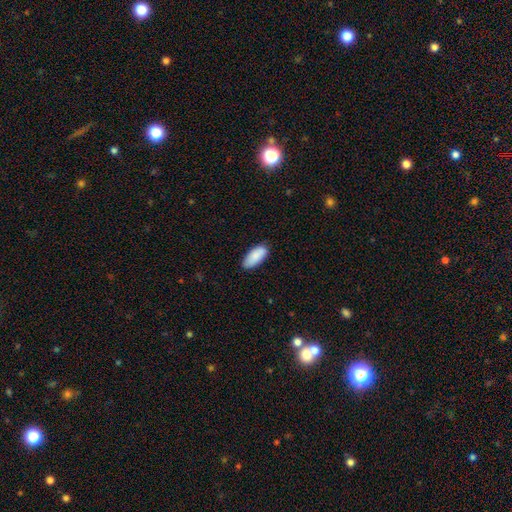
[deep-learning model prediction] Smooth or featured: smooth — 88% (featured or disk — 6%)
How rounded: in between — 88% (cigar-shaped — 10%)
Merging: none — 83% (minor disturbance — 14%)